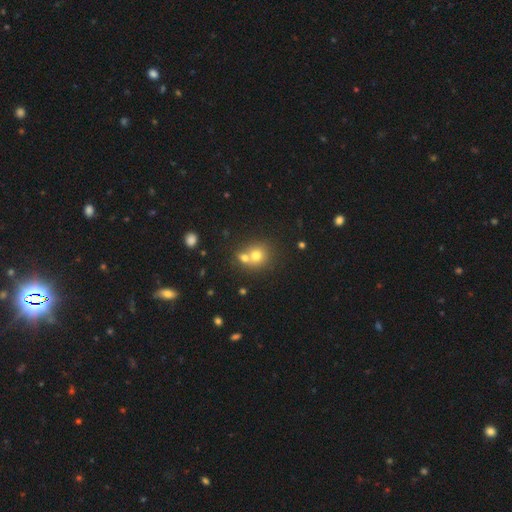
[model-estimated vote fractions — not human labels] Q: Smooth or featured?
A: smooth (72%); runner-up: featured or disk (15%)
Q: How rounded?
A: round (82%); runner-up: in between (18%)
Q: Merging?
A: merger (50%); runner-up: none (41%)